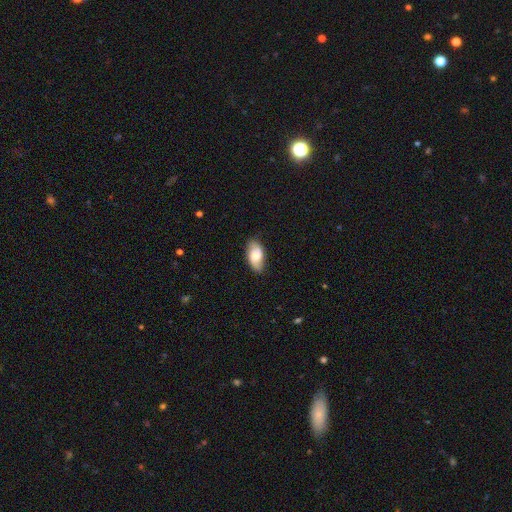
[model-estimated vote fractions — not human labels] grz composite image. It shows a smooth galaxy with no disk features (58%) that is in between round and cigar-shaped (92%). Merging: none (79%).